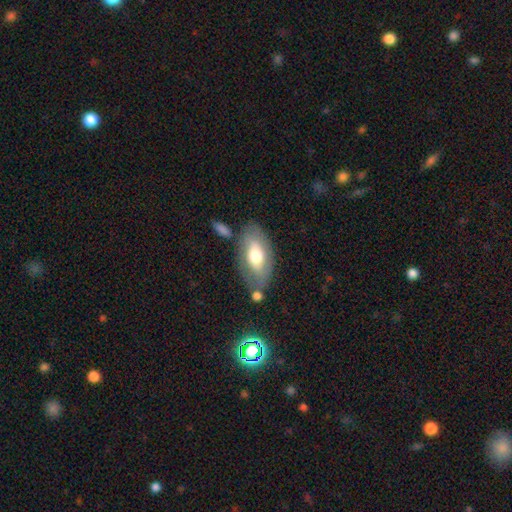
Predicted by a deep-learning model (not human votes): A smooth galaxy with no disk features (61%) that is in between round and cigar-shaped (91%).

Vote fractions:
- Smooth or featured? smooth: 61% / featured or disk: 33% / star or artifact: 6%
- How rounded? in between: 91% / cigar-shaped: 6% / round: 4%
- Merging? none: 66% / minor disturbance: 17% / merger: 11% / major disturbance: 6%